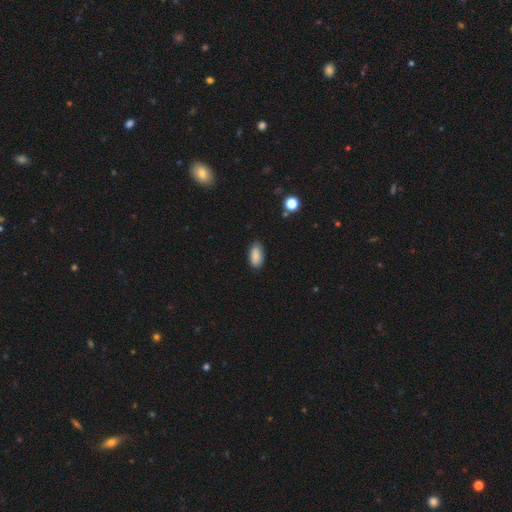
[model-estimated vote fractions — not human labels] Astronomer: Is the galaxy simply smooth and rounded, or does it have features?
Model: smooth — 86%.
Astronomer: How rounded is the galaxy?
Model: in between — 92%.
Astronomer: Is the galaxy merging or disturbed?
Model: none — 79%.